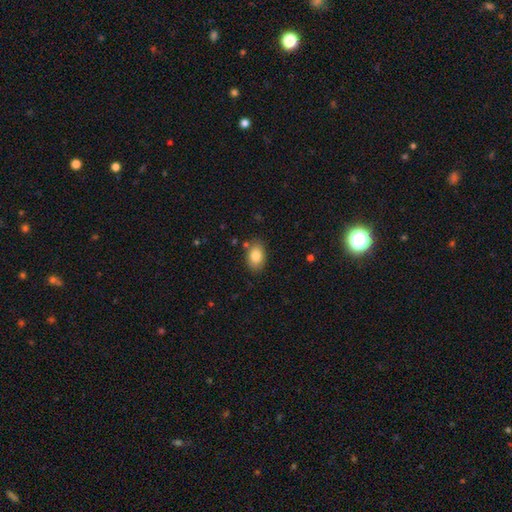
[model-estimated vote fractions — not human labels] Morphology: type=smooth (83%); roundness=in between (86%); merging=none (82%).